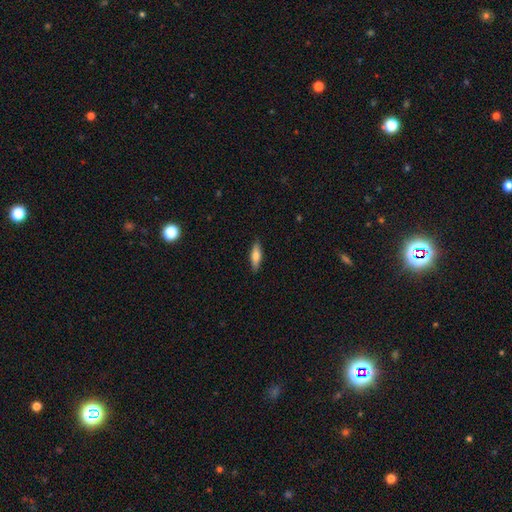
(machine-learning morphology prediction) A smooth galaxy with no disk features (68%) that is cigar-shaped (53%).

Vote fractions:
- Smooth or featured? smooth: 68% / featured or disk: 26% / star or artifact: 6%
- How rounded? cigar-shaped: 53% / in between: 45% / round: 2%
- Merging? none: 88% / minor disturbance: 9% / major disturbance: 2% / merger: 1%